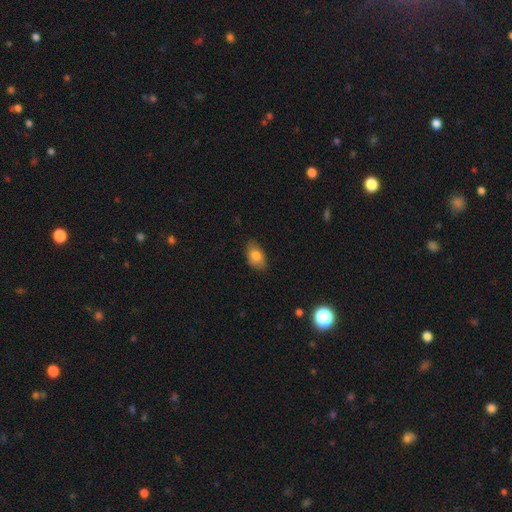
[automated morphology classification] Q: Smooth or featured?
A: smooth (81%); runner-up: featured or disk (11%)
Q: How rounded?
A: in between (89%); runner-up: round (9%)
Q: Merging?
A: none (80%); runner-up: minor disturbance (17%)